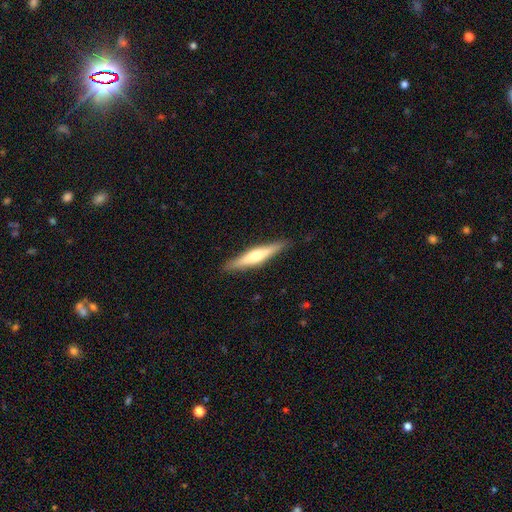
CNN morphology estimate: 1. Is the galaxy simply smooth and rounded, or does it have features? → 56% featured or disk, 39% smooth, 5% star or artifact.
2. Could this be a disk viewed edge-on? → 96% yes, 4% no.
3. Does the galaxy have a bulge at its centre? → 86% rounded, 7% none, 6% boxy.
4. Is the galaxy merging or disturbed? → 90% none, 7% minor disturbance, 1% major disturbance, 1% merger.